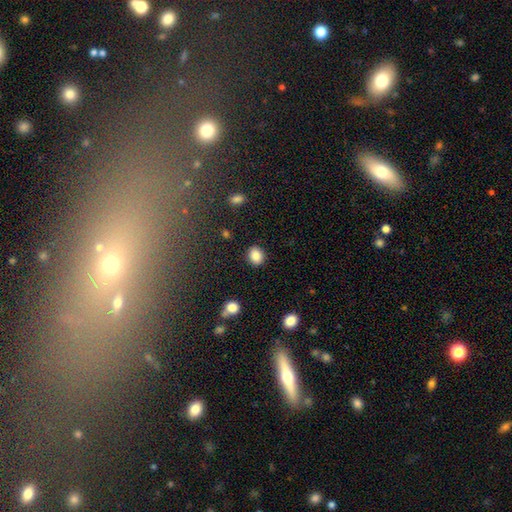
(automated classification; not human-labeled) This is clearly a smooth galaxy (86%). How rounded: possibly round (54%). Merging: clearly none (88%).